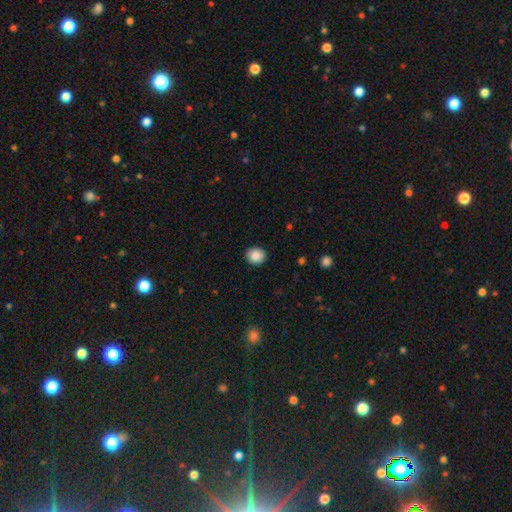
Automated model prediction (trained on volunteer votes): Overall: smooth (88%). How rounded: round (80%). Merging: none (91%).